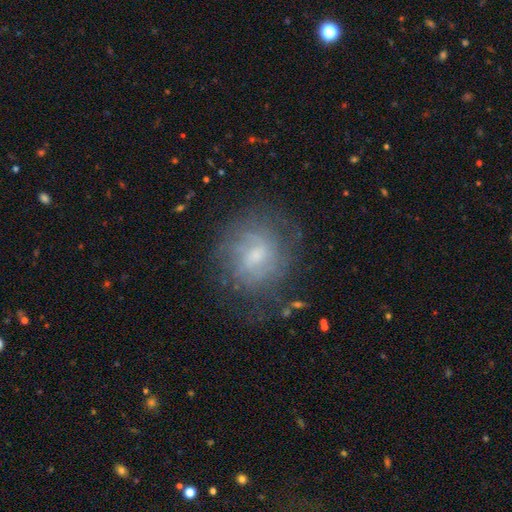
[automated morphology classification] Smooth or featured? Predicted: featured or disk (p=0.61). Edge-on disk? Predicted: no (p=0.97). Bar? Predicted: weak (p=0.47). Spiral arms? Predicted: yes (p=0.78). Bulge size? Predicted: small (p=0.49). Merging? Predicted: none (p=0.69).